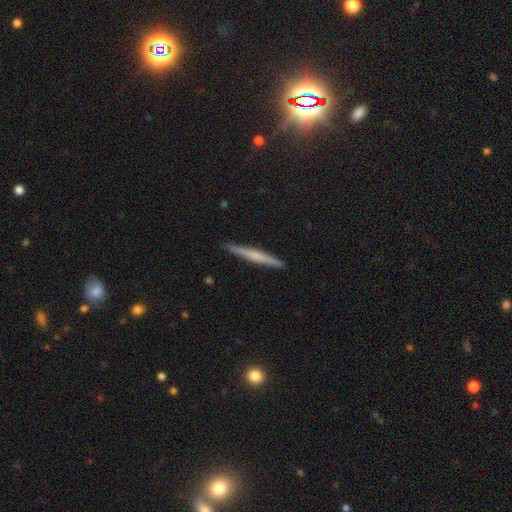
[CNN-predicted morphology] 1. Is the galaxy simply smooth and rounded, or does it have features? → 52% featured or disk, 42% smooth, 6% star or artifact.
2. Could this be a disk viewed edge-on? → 98% yes, 2% no.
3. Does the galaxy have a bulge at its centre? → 50% none, 35% rounded, 15% boxy.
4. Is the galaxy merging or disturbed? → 91% none, 6% minor disturbance, 1% major disturbance, 1% merger.